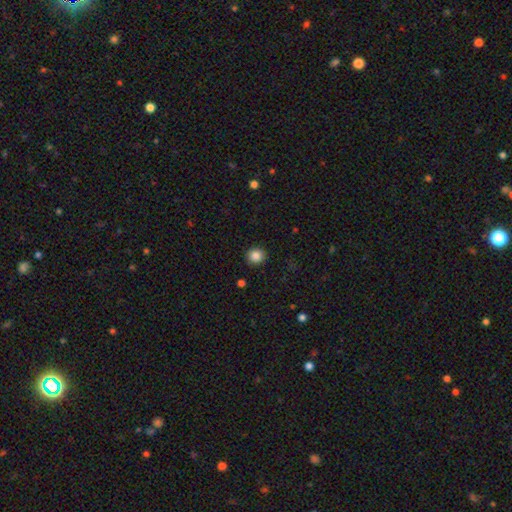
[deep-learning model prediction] smooth_or_featured: smooth (p=0.86) [alt: star or artifact p=0.10]
how_rounded: round (p=0.87) [alt: in between p=0.12]
merging: none (p=0.91) [alt: minor disturbance p=0.06]